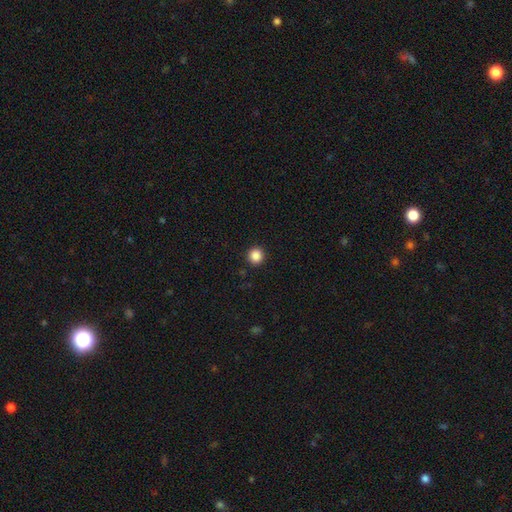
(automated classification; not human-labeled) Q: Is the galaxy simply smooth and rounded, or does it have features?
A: smooth — 87%.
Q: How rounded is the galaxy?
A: round — 95%.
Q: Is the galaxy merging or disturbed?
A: none — 93%.